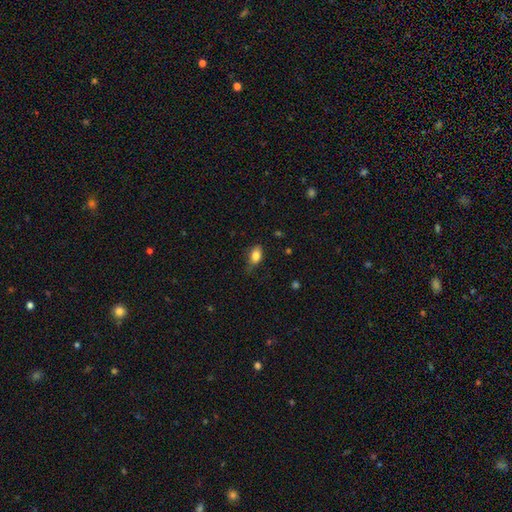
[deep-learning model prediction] Smooth or featured? smooth (80%)
How rounded? in between (85%)
Merging? none (63%)